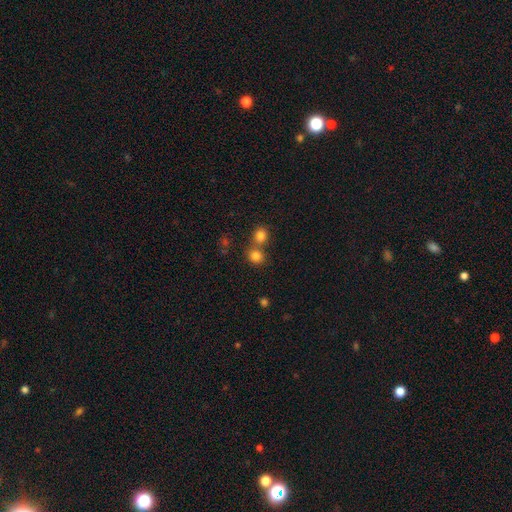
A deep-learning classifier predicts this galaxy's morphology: The model was most divided on "merging": none: 56%, merger: 35%, minor disturbance: 7%, major disturbance: 3%. More confident: smooth or featured — smooth (81%); how rounded — round (80%).